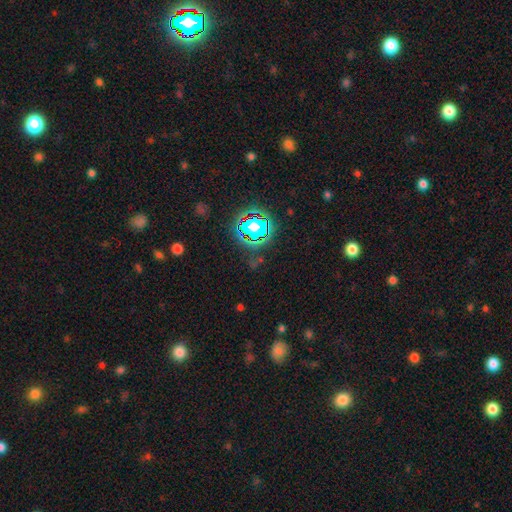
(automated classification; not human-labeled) star or artifact 75%, smooth 16%, featured or disk 9%.